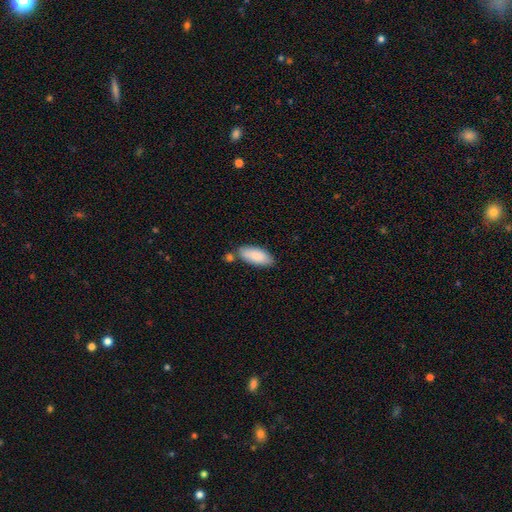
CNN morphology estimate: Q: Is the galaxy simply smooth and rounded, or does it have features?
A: smooth — 87%.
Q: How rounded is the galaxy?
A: in between — 84%.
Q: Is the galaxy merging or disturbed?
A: none — 67%.